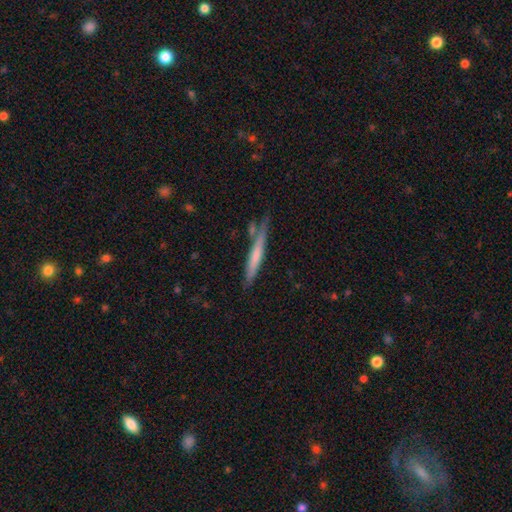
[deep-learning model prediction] smooth 57%, featured or disk 37%, star or artifact 6%. Down the decision tree: how rounded — cigar-shaped (95%); merging — none (74%).